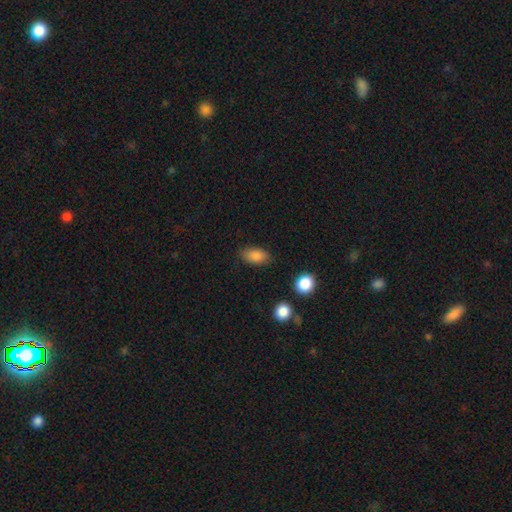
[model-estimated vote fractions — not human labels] Smooth or featured?
  - smooth: 86% *
  - star or artifact: 8%
  - featured or disk: 5%
How rounded?
  - in between: 90% *
  - round: 6%
  - cigar-shaped: 3%
Merging?
  - none: 83% *
  - minor disturbance: 12%
  - major disturbance: 3%
  - merger: 2%